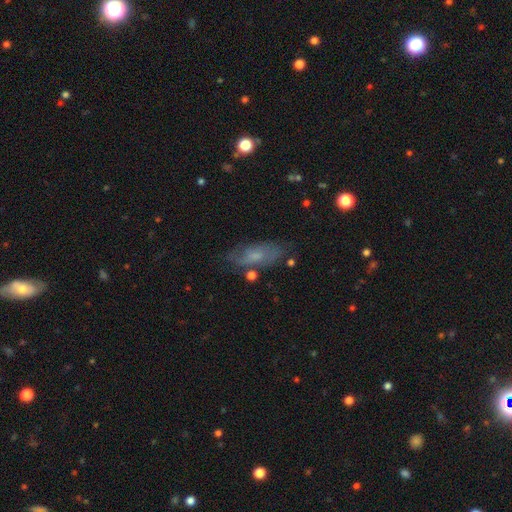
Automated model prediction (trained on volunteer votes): Smooth or featured? smooth (48%)
Merging? none (68%)